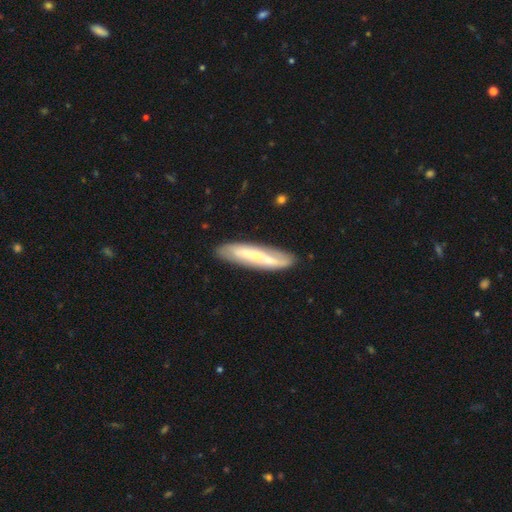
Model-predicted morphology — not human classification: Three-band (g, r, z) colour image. It shows a featured or disk galaxy (53%). Merging: none (80%).